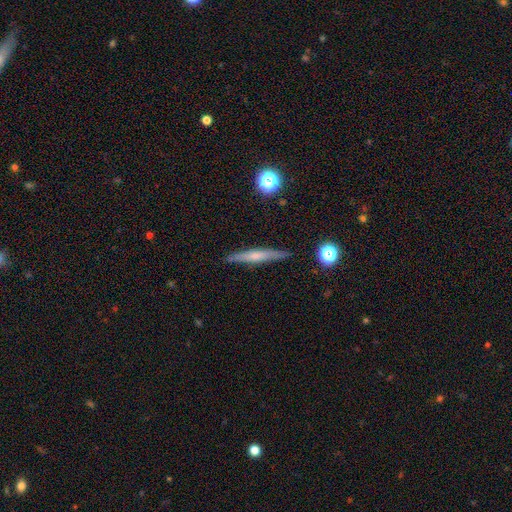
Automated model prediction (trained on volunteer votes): Smooth or featured? Predicted: featured or disk (p=0.51). Edge-on disk? Predicted: yes (p=0.96). Merging? Predicted: none (p=0.89).